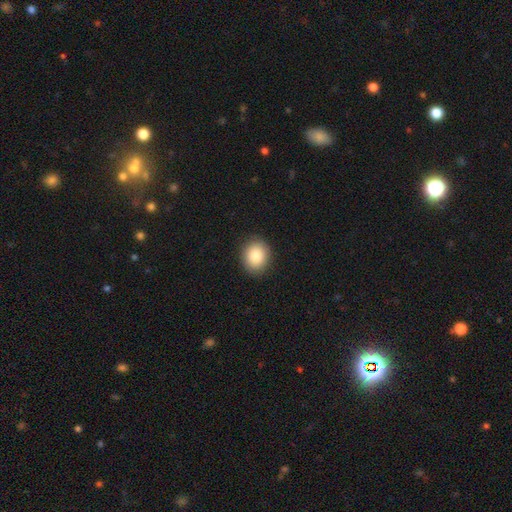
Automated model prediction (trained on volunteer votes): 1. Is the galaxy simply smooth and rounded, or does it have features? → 86% smooth, 8% star or artifact, 6% featured or disk.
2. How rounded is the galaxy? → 65% round, 34% in between, 1% cigar-shaped.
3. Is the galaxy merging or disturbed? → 89% none, 8% minor disturbance, 2% major disturbance, 1% merger.